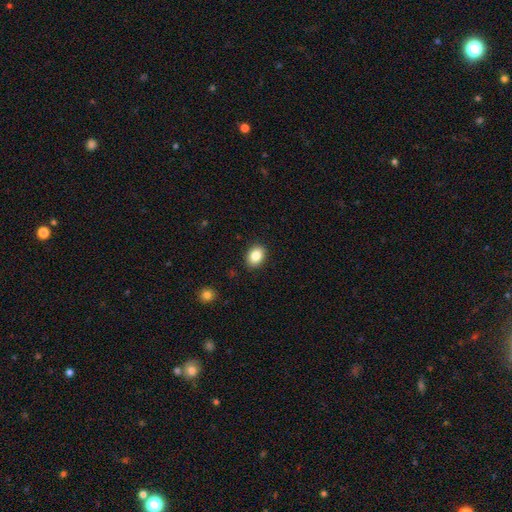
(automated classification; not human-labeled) Overall: smooth (86%). How rounded: in between (71%). Merging: none (89%).